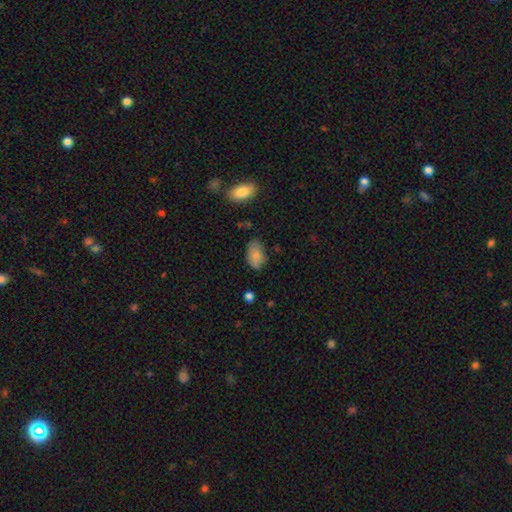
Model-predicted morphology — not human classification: smooth 83%, featured or disk 10%, star or artifact 7%. Down the decision tree: how rounded — in between (92%); merging — none (70%).